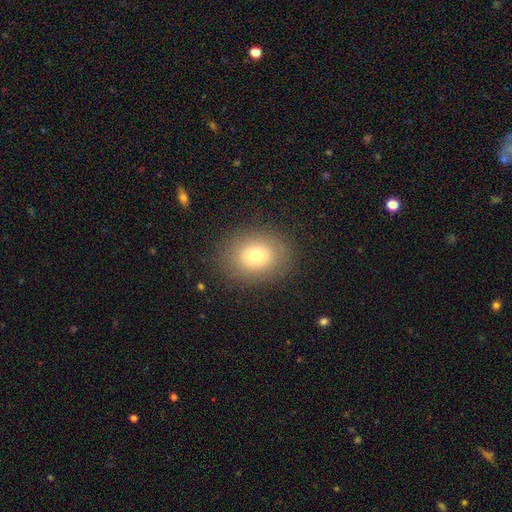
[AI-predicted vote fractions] smooth_or_featured: smooth (p=0.73) [alt: featured or disk p=0.15]
how_rounded: round (p=0.55) [alt: in between p=0.45]
merging: none (p=0.86) [alt: minor disturbance p=0.09]